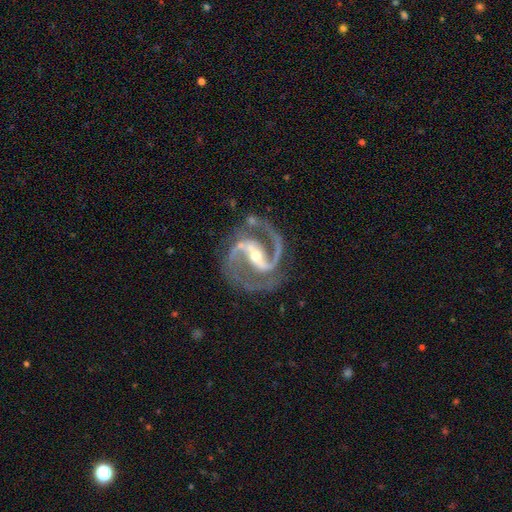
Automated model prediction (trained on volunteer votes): smooth_or_featured: featured or disk (p=0.94) [alt: star or artifact p=0.04]
disk_edge_on: no (p=0.98) [alt: yes p=0.02]
bar: strong (p=0.64) [alt: weak p=0.26]
has_spiral_arms: yes (p=0.99) [alt: no p=0.01]
spiral_winding: medium (p=0.69) [alt: tight p=0.20]
spiral_arm_count: 2 (p=0.94) [alt: 3 p=0.02]
bulge_size: moderate (p=0.48) [tied with: small p=0.48]
merging: none (p=0.79) [alt: minor disturbance p=0.13]